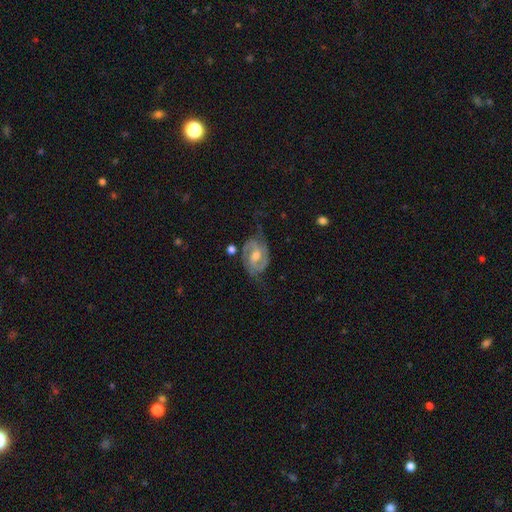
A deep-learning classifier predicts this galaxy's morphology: Q: Smooth or featured?
A: featured or disk (86%); runner-up: smooth (9%)
Q: Edge-on disk?
A: no (97%); runner-up: yes (3%)
Q: Bar?
A: weak (50%); runner-up: no (34%)
Q: Spiral arms?
A: yes (96%); runner-up: no (4%)
Q: Spiral winding?
A: medium (46%); runner-up: tight (40%)
Q: Spiral arm count?
A: 2 (86%); runner-up: can't tell (6%)
Q: Bulge size?
A: moderate (67%); runner-up: small (23%)
Q: Merging?
A: none (65%); runner-up: minor disturbance (22%)